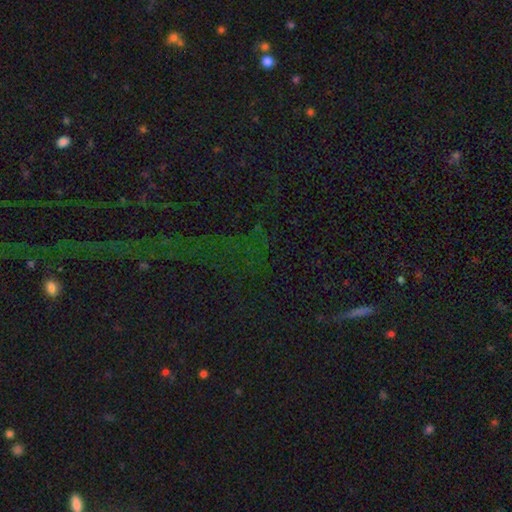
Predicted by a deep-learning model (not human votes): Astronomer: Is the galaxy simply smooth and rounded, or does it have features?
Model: star or artifact — 76%.